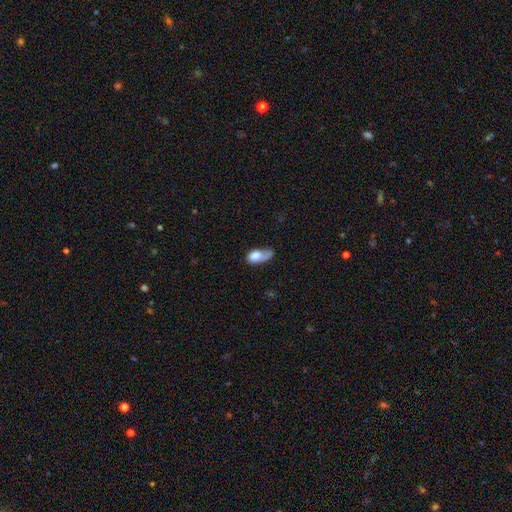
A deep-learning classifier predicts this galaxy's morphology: smooth_or_featured: smooth (p=0.71) [alt: featured or disk p=0.22]
how_rounded: in between (p=0.88) [alt: round p=0.07]
merging: major disturbance (p=0.35) [alt: minor disturbance p=0.28]